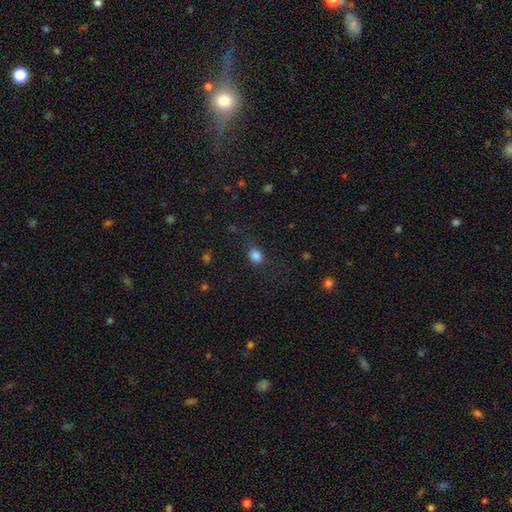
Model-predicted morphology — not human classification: A smooth galaxy with no disk features (84%) that is round (59%). Merging: none (75%).